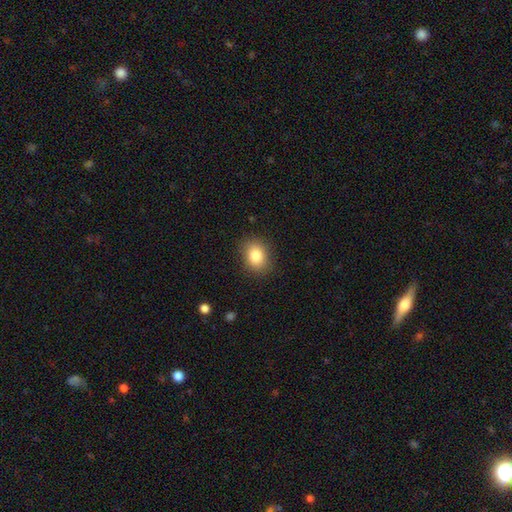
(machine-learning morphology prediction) This appears to be a smooth galaxy with no disk features (84%) that is in between round and cigar-shaped (54%). Merging: none (86%).